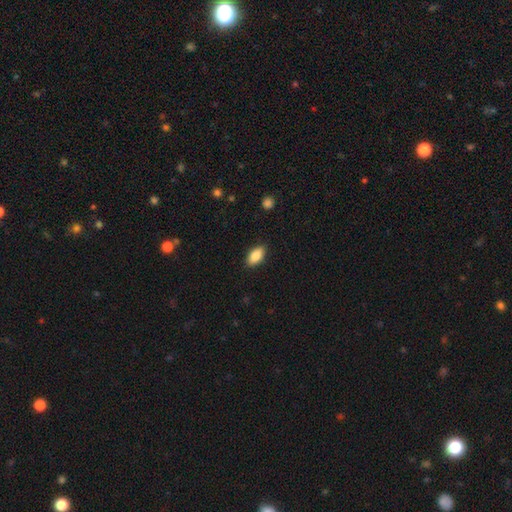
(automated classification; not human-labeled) smooth_or_featured: smooth (p=0.83) [alt: featured or disk p=0.10]
how_rounded: in between (p=0.90) [alt: cigar-shaped p=0.07]
merging: none (p=0.87) [alt: minor disturbance p=0.10]